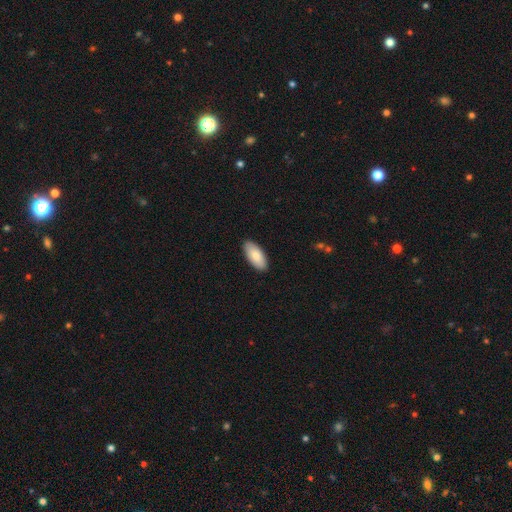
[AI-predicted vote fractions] Smooth or featured? Predicted: smooth (p=0.86). How rounded? Predicted: in between (p=0.91). Merging? Predicted: none (p=0.90).